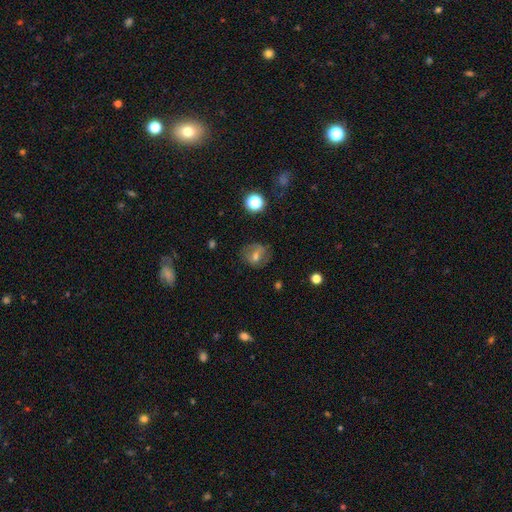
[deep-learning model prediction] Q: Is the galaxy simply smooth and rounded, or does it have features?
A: smooth — 52%.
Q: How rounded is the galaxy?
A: round — 63%.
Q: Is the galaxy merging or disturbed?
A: none — 70%.